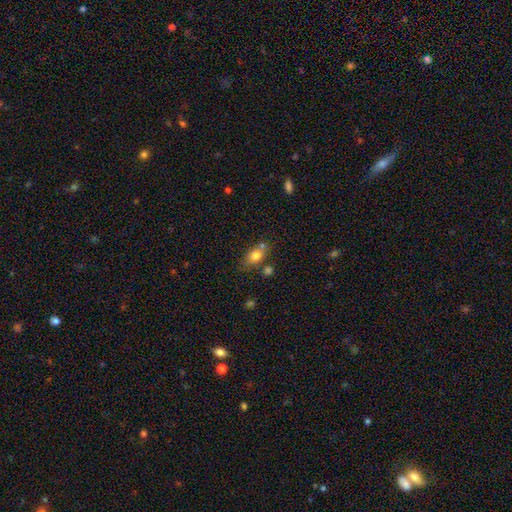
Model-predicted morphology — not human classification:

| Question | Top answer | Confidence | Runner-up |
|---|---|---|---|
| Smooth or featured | smooth | 76% | featured or disk (14%) |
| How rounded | in between | 70% | round (24%) |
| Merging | none | 58% | merger (20%) |